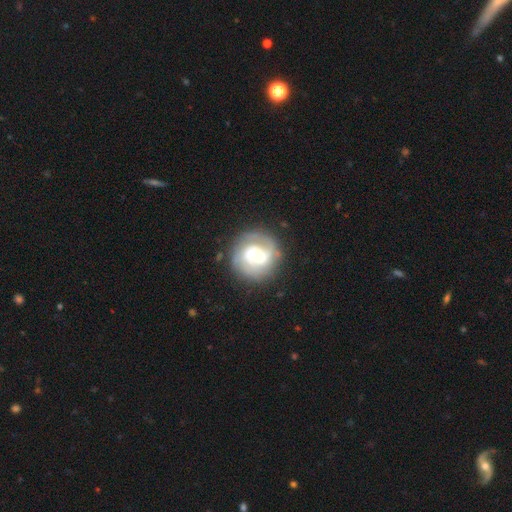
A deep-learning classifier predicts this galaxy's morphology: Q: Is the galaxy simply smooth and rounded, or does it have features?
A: featured or disk — 71%.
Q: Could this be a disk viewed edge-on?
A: no — 98%.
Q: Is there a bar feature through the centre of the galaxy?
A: weak — 47%.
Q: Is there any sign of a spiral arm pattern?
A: yes — 87%.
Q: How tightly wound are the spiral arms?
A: tight — 51%.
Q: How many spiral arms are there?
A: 2 — 55%.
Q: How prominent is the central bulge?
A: small — 36%, tied with moderate.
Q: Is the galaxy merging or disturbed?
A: none — 74%.